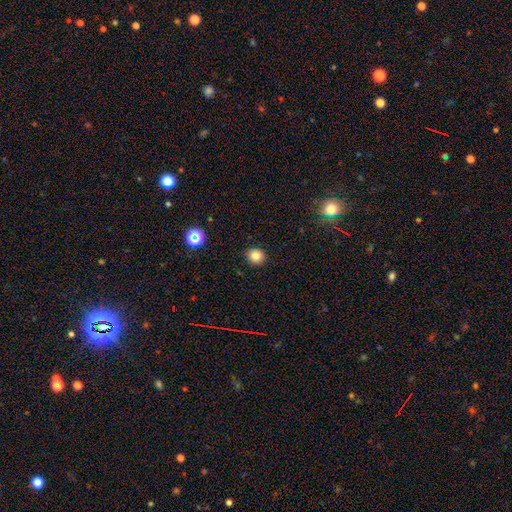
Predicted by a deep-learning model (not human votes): The model was most divided on "smooth or featured": smooth: 81%, star or artifact: 13%, featured or disk: 6%. More confident: merging — none (89%); how rounded — round (87%).